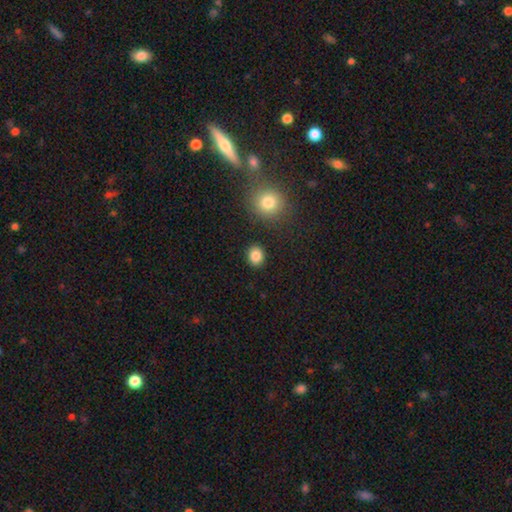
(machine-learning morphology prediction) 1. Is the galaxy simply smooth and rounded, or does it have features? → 85% smooth, 10% star or artifact, 5% featured or disk.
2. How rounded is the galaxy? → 70% round, 29% in between, 1% cigar-shaped.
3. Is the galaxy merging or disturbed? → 88% none, 7% minor disturbance, 3% merger, 2% major disturbance.